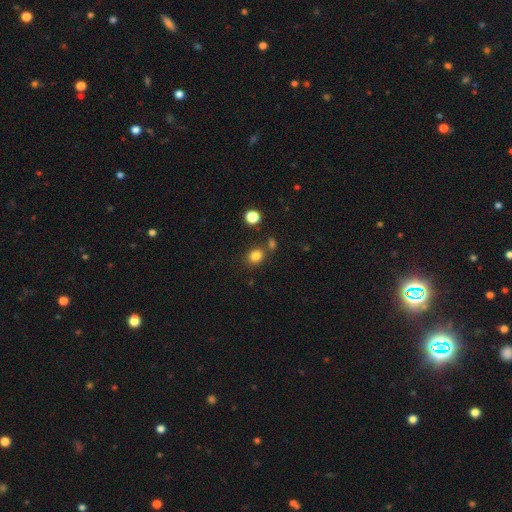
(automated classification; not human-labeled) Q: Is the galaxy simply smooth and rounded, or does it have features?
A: smooth — 82%.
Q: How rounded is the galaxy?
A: round — 72%.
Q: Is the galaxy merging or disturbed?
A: none — 74%.